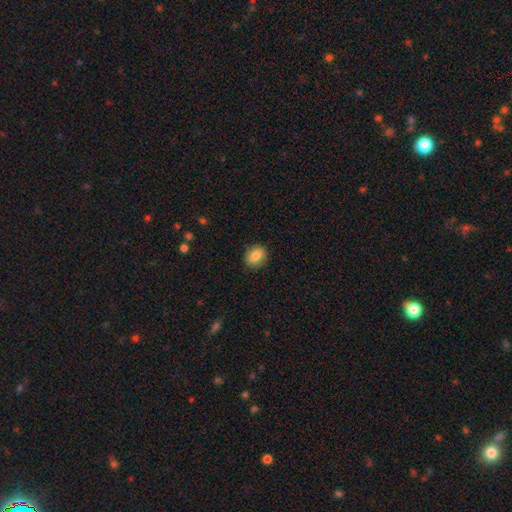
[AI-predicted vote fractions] Smooth or featured?
  - smooth: 83% *
  - star or artifact: 9%
  - featured or disk: 8%
How rounded?
  - round: 58% *
  - in between: 41%
  - cigar-shaped: 1%
Merging?
  - none: 87% *
  - minor disturbance: 10%
  - major disturbance: 2%
  - merger: 1%